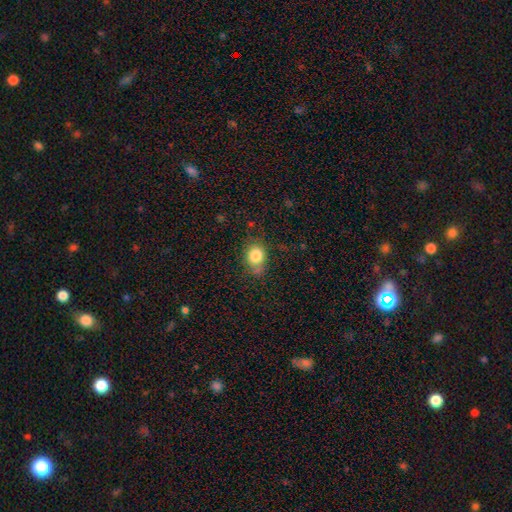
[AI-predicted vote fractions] Q: Smooth or featured?
A: smooth (82%); runner-up: star or artifact (10%)
Q: How rounded?
A: round (53%); runner-up: in between (46%)
Q: Merging?
A: none (60%); runner-up: minor disturbance (25%)